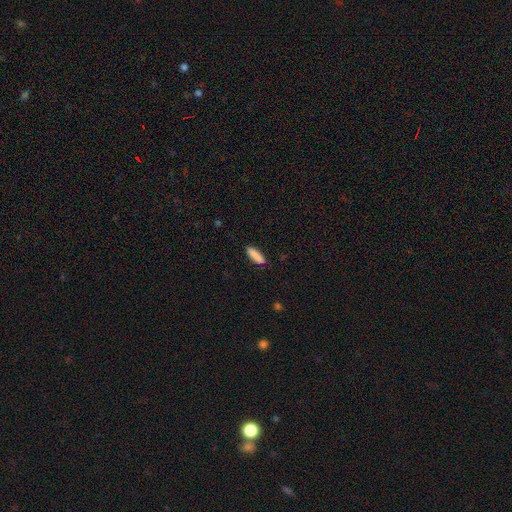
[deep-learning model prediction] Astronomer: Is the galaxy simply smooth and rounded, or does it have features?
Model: smooth — 88%.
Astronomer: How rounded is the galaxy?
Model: cigar-shaped — 63%.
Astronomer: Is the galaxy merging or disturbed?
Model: none — 88%.